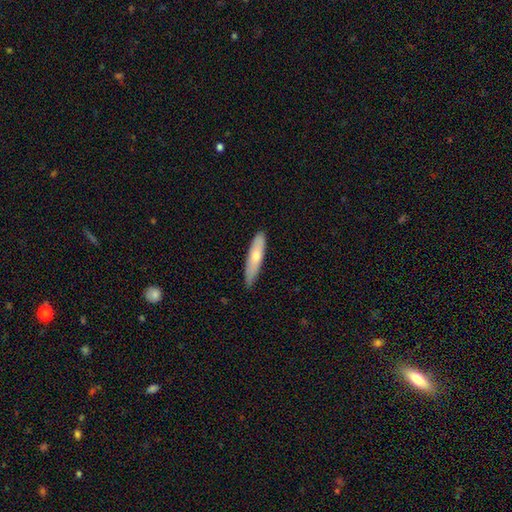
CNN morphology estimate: smooth-or-featured: smooth: 62% | featured or disk: 33% | star or artifact: 6%
  how-rounded: cigar-shaped: 79% | in between: 19% | round: 2%
  merging: none: 83% | minor disturbance: 14% | major disturbance: 2% | merger: 1%